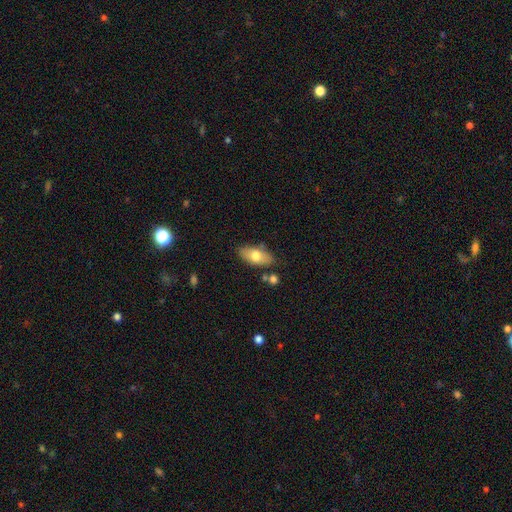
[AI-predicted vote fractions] This appears to be a smooth galaxy with no disk features (71%) that is in between round and cigar-shaped (90%). Merging: none (76%).